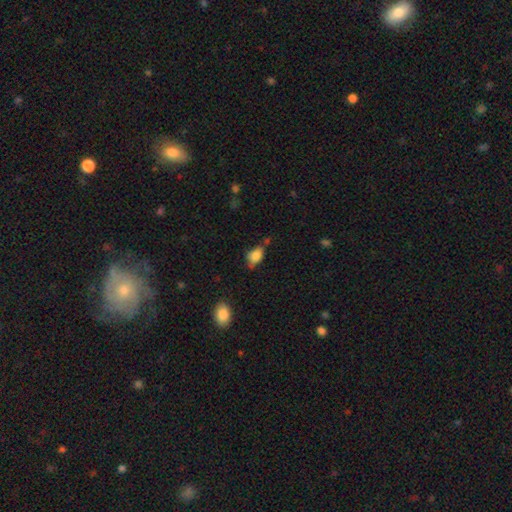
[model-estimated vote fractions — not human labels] Smooth or featured: smooth — 79% (featured or disk — 12%)
How rounded: in between — 84% (round — 12%)
Merging: none — 51% (minor disturbance — 34%)